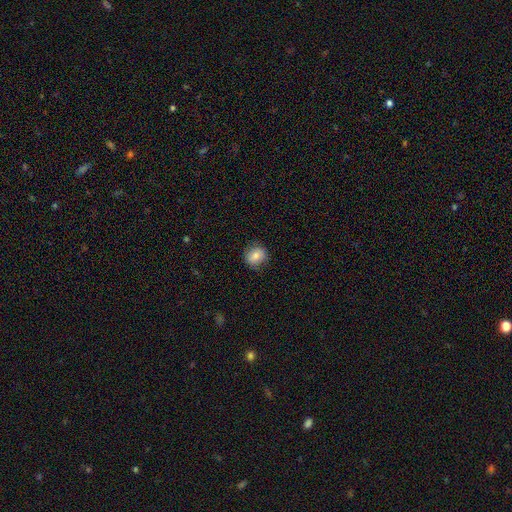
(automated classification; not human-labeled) smooth_or_featured: smooth (p=0.79) [alt: featured or disk p=0.13]
how_rounded: round (p=0.76) [alt: in between p=0.23]
merging: none (p=0.81) [alt: minor disturbance p=0.14]